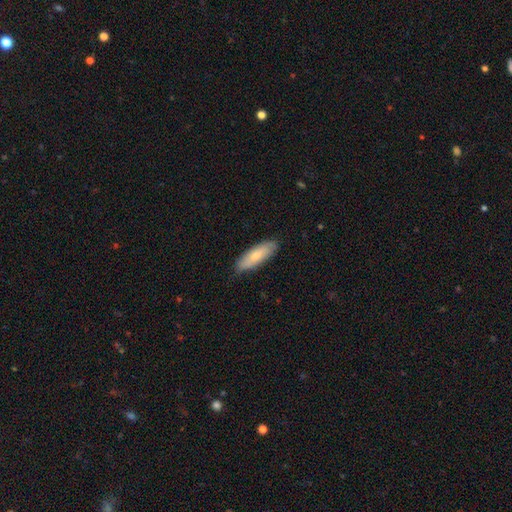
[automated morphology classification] This appears to be a smooth galaxy with no disk features (73%) that is in between round and cigar-shaped (56%). Merging: none (82%).